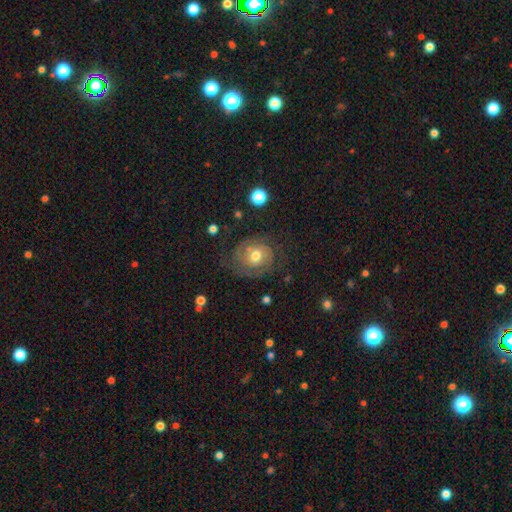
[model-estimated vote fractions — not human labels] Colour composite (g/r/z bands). It shows a featured or disk galaxy (73%) with no bar (74%), 2 (46%) tight (60%) spiral arms (85%) and a moderate central bulge (75%). Merging: none (68%).